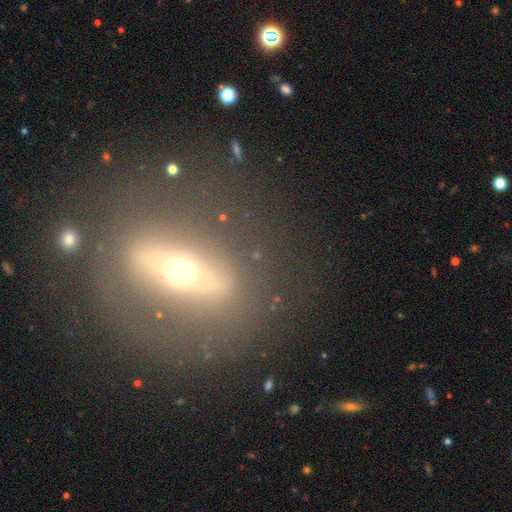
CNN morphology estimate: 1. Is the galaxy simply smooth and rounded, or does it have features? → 64% featured or disk, 25% smooth, 12% star or artifact.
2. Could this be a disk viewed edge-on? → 57% no, 43% yes.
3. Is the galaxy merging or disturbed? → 76% none, 11% minor disturbance, 10% major disturbance, 3% merger.